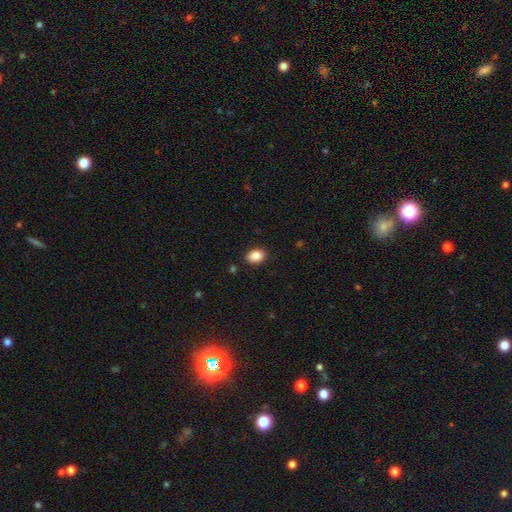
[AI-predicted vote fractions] Morphology: type=smooth (88%); roundness=in between (80%); merging=none (88%).